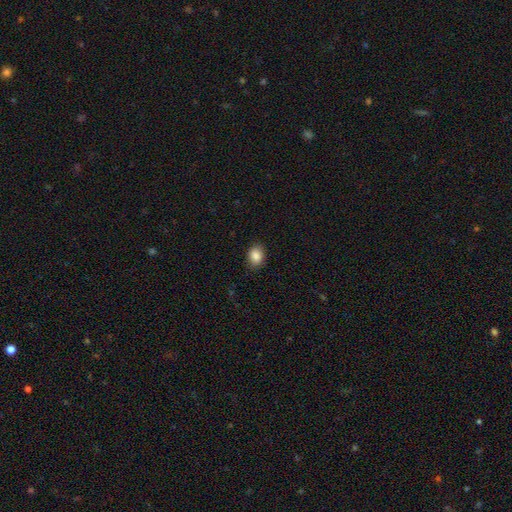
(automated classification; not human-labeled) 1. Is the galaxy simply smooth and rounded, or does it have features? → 87% smooth, 9% star or artifact, 5% featured or disk.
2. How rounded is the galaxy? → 66% in between, 33% round, 1% cigar-shaped.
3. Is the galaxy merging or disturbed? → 88% none, 9% minor disturbance, 2% major disturbance, 1% merger.